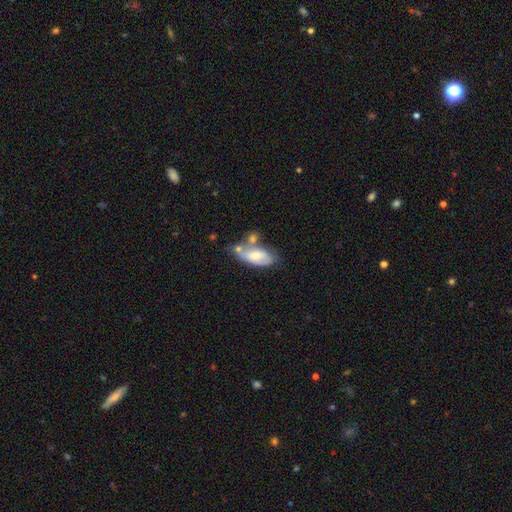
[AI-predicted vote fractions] Q: Smooth or featured?
A: smooth (56%); runner-up: featured or disk (38%)
Q: How rounded?
A: in between (88%); runner-up: cigar-shaped (8%)
Q: Merging?
A: none (35%); runner-up: merger (31%)